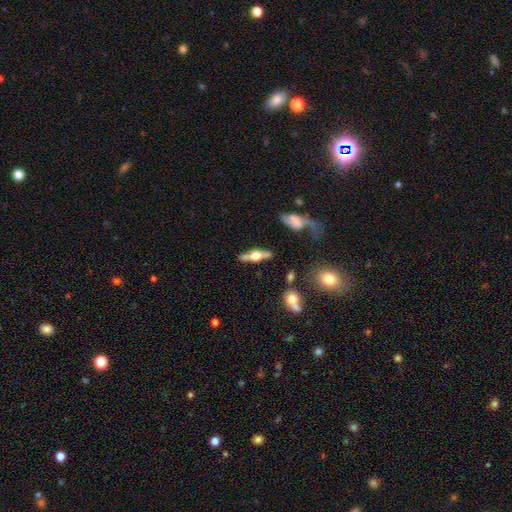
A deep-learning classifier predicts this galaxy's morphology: Smooth or featured?
  - featured or disk: 69% *
  - smooth: 26%
  - star or artifact: 6%
Edge-on disk?
  - yes: 92% *
  - no: 8%
Edge-on bulge?
  - rounded: 94% *
  - boxy: 4%
  - none: 2%
Merging?
  - none: 82% *
  - minor disturbance: 11%
  - merger: 3%
  - major disturbance: 3%